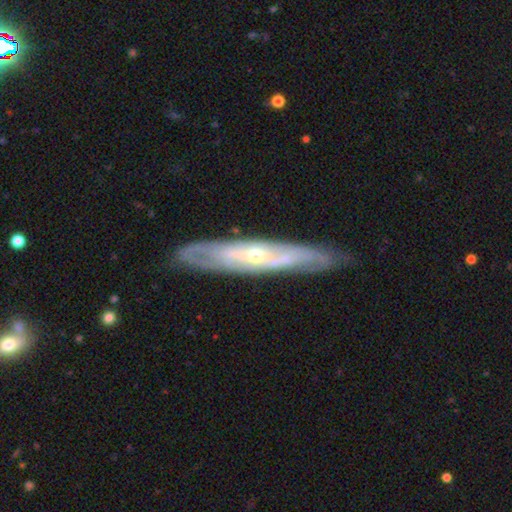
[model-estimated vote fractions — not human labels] Smooth or featured? featured or disk (80%)
Edge-on disk? no (50%, tied with yes)
Merging? none (82%)